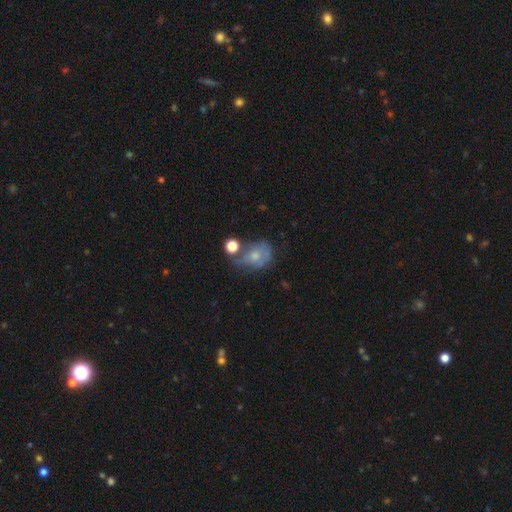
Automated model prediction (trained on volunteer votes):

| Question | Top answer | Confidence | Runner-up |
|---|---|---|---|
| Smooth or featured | smooth | 46% | featured or disk (43%) |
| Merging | none | 32% | minor disturbance (25%) |